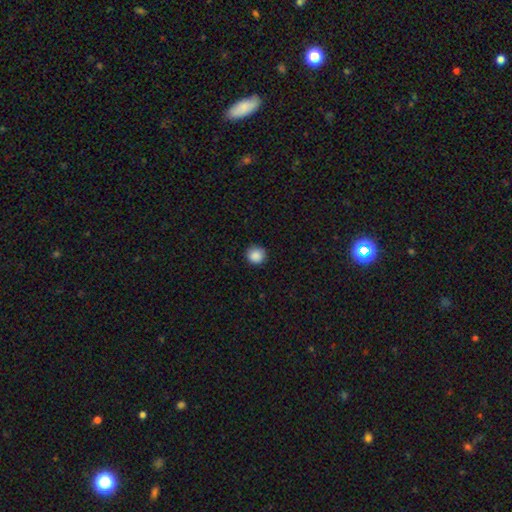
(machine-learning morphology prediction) smooth_or_featured: smooth (p=0.89) [alt: star or artifact p=0.09]
how_rounded: round (p=0.94) [alt: in between p=0.06]
merging: none (p=0.89) [alt: minor disturbance p=0.08]